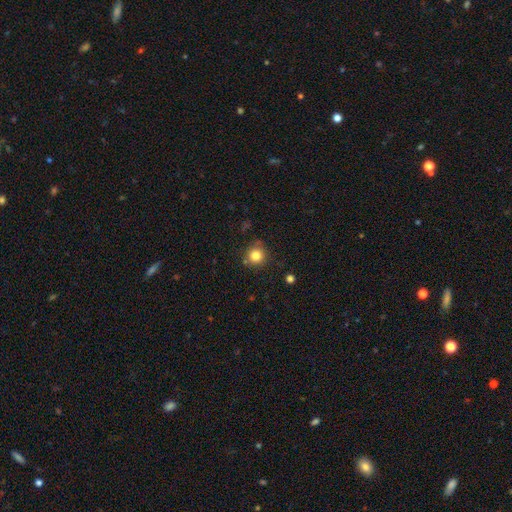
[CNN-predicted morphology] Overall: smooth (82%). How rounded: round (93%). Merging: none (82%).